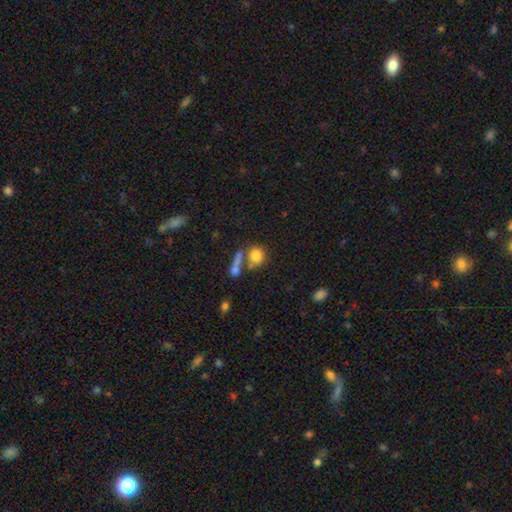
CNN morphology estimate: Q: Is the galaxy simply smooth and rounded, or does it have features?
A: smooth — 79%.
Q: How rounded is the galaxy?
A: round — 74%.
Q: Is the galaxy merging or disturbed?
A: none — 50%.